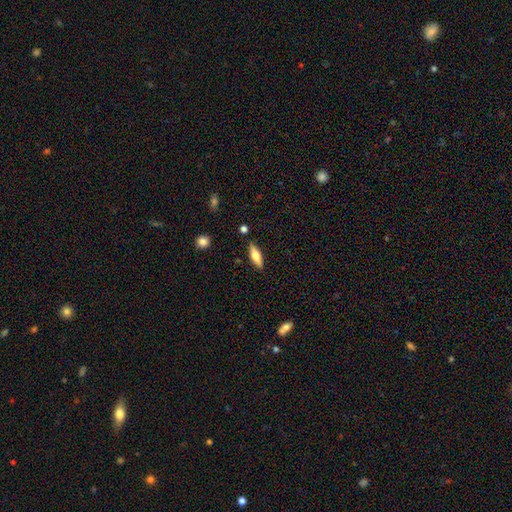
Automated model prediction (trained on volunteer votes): Morphology: type=smooth (56%); roundness=in between (50%); merging=none (86%).